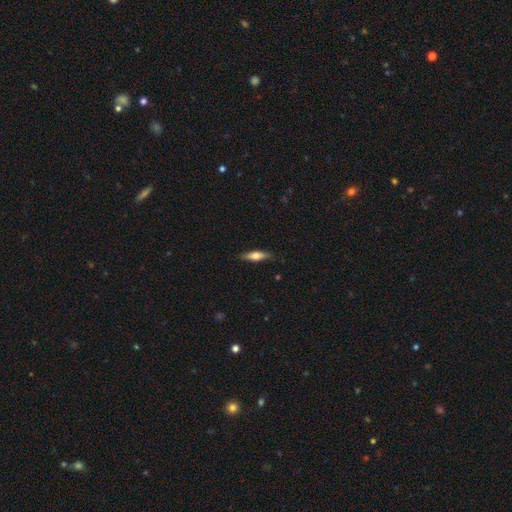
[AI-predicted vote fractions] Smooth or featured?
  - smooth: 47% * (tied)
  - featured or disk: 47% * (tied)
  - star or artifact: 6%
Merging?
  - none: 86% *
  - minor disturbance: 11%
  - major disturbance: 2%
  - merger: 1%